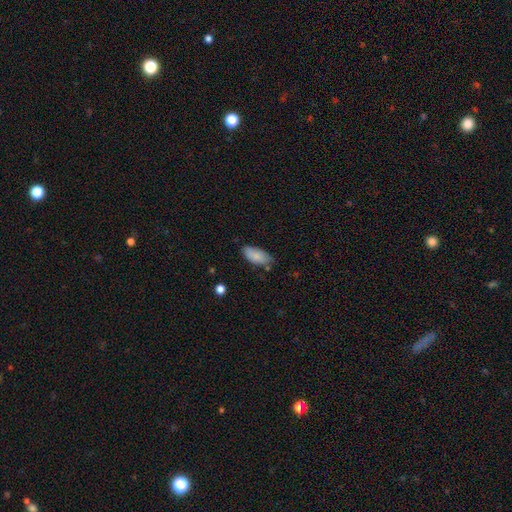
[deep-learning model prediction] Smooth or featured? Predicted: smooth (p=0.85). How rounded? Predicted: in between (p=0.90). Merging? Predicted: none (p=0.70).